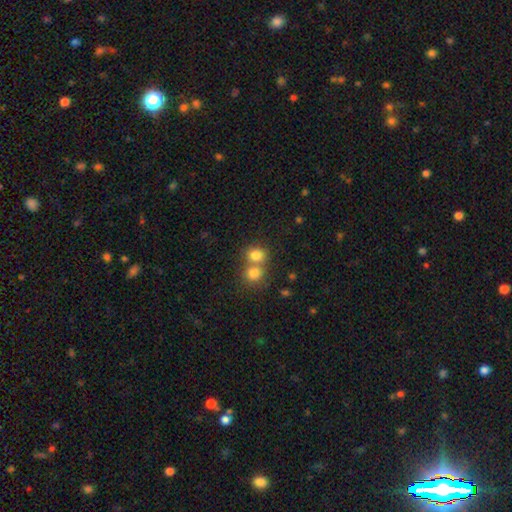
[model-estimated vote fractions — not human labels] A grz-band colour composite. It shows a smooth galaxy with no disk features (79%) that is round (69%). Merging: merger (52%).